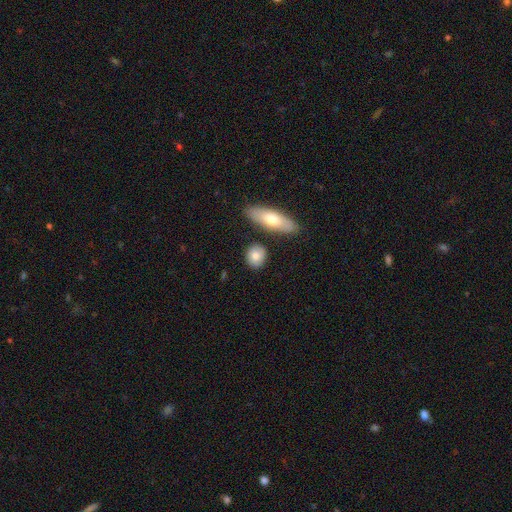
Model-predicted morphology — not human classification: type=smooth (79%); roundness=round (53%); merging=none (81%).